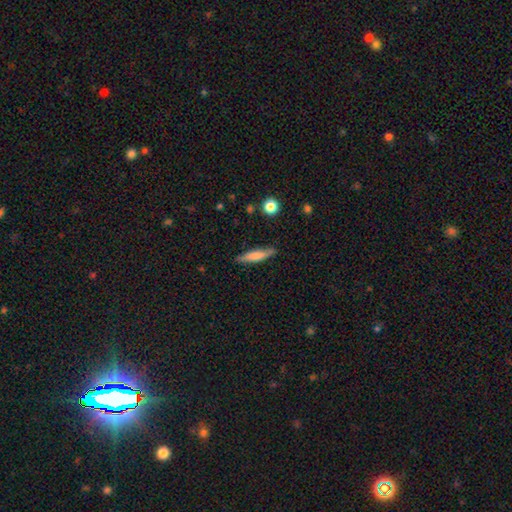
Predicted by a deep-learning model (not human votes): This is likely a smooth galaxy (69%). How rounded: clearly cigar-shaped (83%). Merging: clearly none (82%).